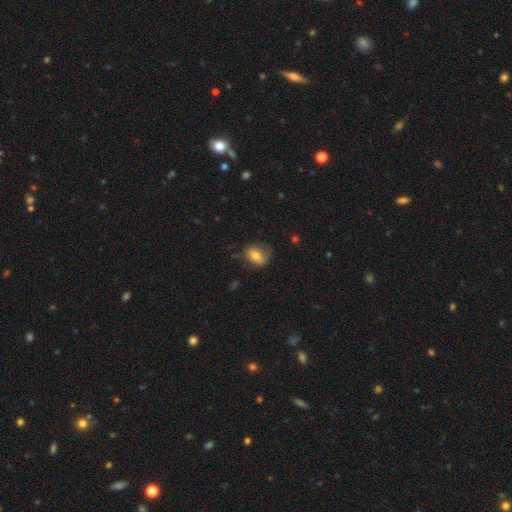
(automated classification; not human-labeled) Smooth or featured: smooth — 67% (featured or disk — 24%)
How rounded: round — 50% (in between — 49%)
Merging: none — 58% (minor disturbance — 28%)